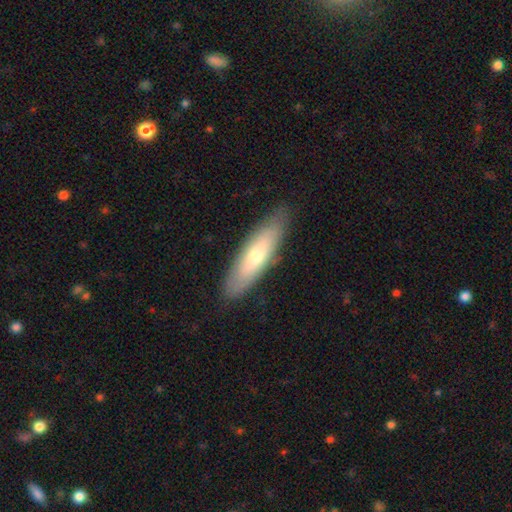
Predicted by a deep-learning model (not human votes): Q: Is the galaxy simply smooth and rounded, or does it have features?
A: smooth — 58%.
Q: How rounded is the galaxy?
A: cigar-shaped — 66%.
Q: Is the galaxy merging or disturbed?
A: none — 87%.